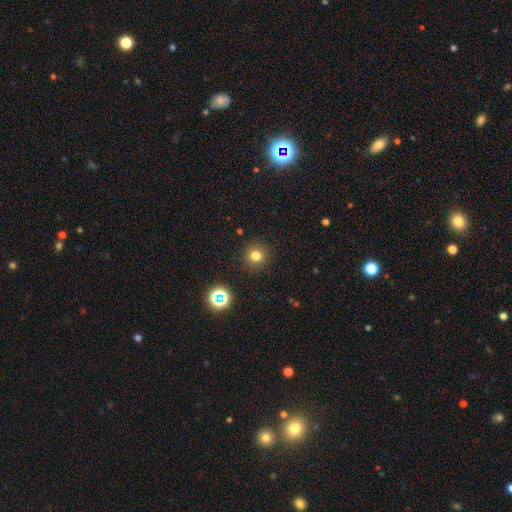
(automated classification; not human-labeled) Overall: smooth (77%). How rounded: round (93%). Merging: none (90%).